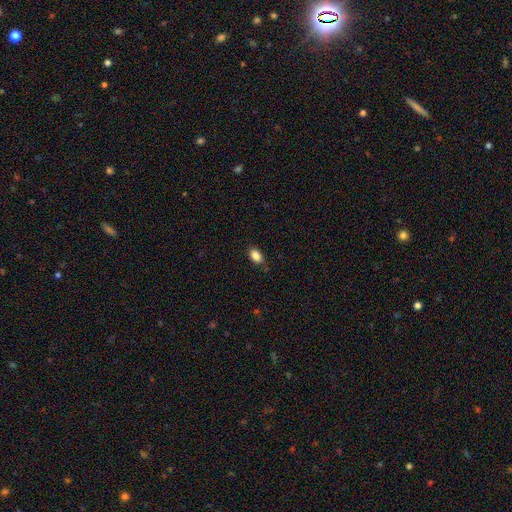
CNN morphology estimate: smooth 87%, star or artifact 9%, featured or disk 5%. Down the decision tree: how rounded — in between (89%); merging — none (80%).